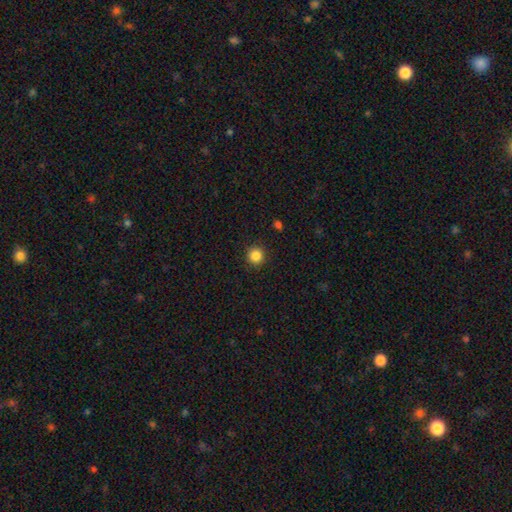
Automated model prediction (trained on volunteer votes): smooth-or-featured: smooth: 86% | star or artifact: 10% | featured or disk: 4%
  how-rounded: round: 94% | in between: 5% | cigar-shaped: 1%
  merging: none: 91% | minor disturbance: 6% | major disturbance: 2% | merger: 1%